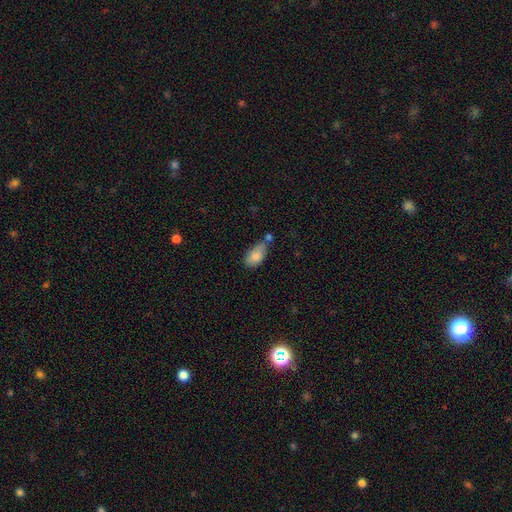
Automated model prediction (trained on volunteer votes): smooth-or-featured: smooth: 82% | featured or disk: 10% | star or artifact: 7%
  how-rounded: in between: 92% | round: 5% | cigar-shaped: 3%
  merging: none: 43% | minor disturbance: 28% | merger: 21% | major disturbance: 8%